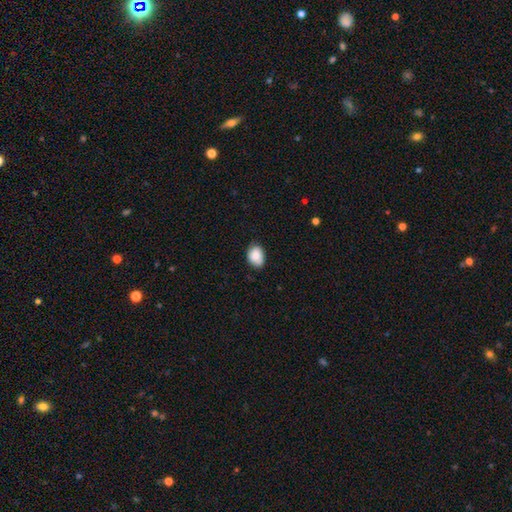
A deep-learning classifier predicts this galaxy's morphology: Smooth or featured? smooth (85%)
How rounded? in between (73%)
Merging? none (73%)